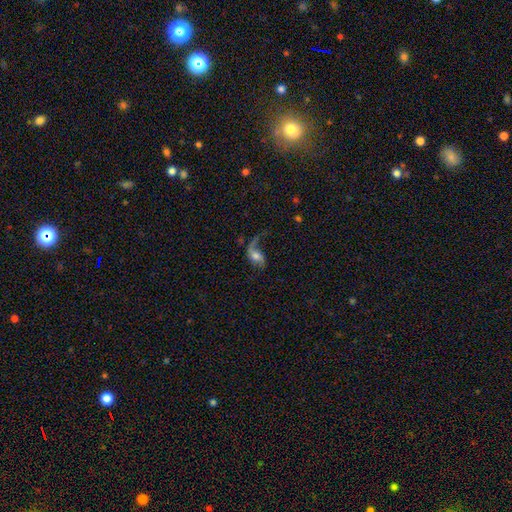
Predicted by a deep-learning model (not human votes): Smooth or featured?
  - featured or disk: 64% *
  - smooth: 27%
  - star or artifact: 9%
Edge-on disk?
  - no: 95% *
  - yes: 5%
Bar?
  - no: 60% *
  - weak: 30%
  - strong: 10%
Spiral arms?
  - yes: 88% *
  - no: 12%
Spiral winding?
  - loose: 83% *
  - medium: 13%
  - tight: 4%
Spiral arm count?
  - 2: 62% *
  - 1: 33%
  - can't tell: 3%
  - 3: 1%
  - 4: 1%
  - more than 4: 1%
Bulge size?
  - moderate: 54% *
  - small: 24%
  - large: 15%
  - none: 4%
  - dominant: 3%
Merging?
  - none: 41% *
  - major disturbance: 34%
  - minor disturbance: 20%
  - merger: 4%